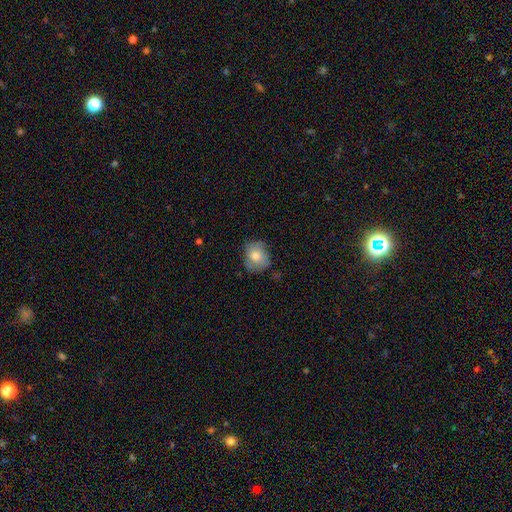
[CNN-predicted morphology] This appears to be a smooth galaxy with no disk features (70%) that is round (66%). Merging: none (67%).